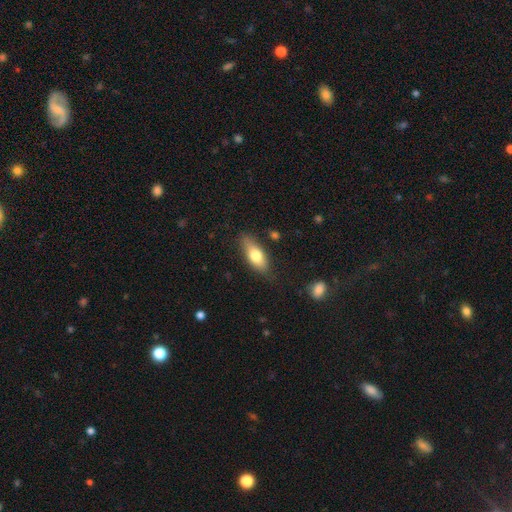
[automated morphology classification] Smooth or featured? Predicted: smooth (p=0.70). How rounded? Predicted: in between (p=0.71). Merging? Predicted: none (p=0.76).